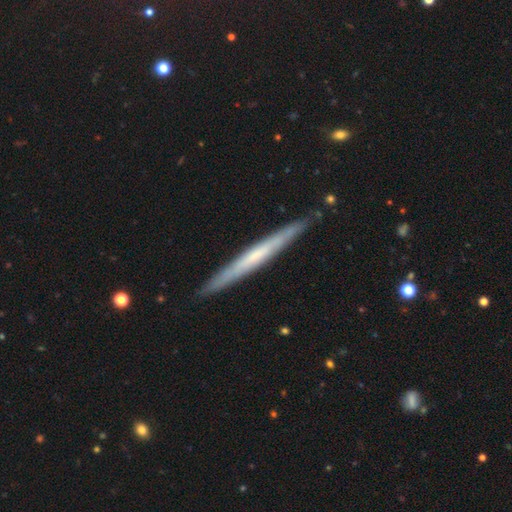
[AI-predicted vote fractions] The model was most divided on "smooth or featured": featured or disk: 57%, smooth: 37%, star or artifact: 6%. More confident: edge-on disk — yes (95%); merging — none (88%); edge-on bulge — none (77%).